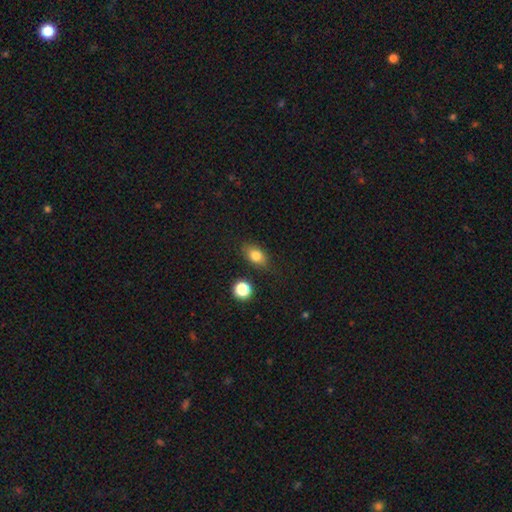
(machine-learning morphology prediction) smooth_or_featured: smooth (p=0.81) [alt: star or artifact p=0.10]
how_rounded: in between (p=0.77) [alt: round p=0.20]
merging: none (p=0.79) [alt: minor disturbance p=0.14]